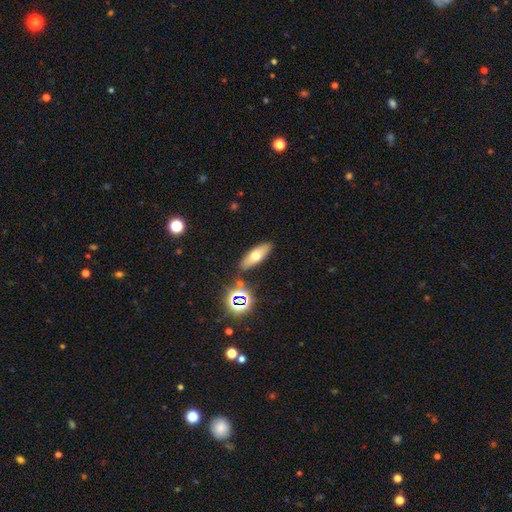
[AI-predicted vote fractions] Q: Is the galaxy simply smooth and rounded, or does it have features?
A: smooth — 58%.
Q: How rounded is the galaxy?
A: in between — 63%.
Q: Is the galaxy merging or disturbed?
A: none — 82%.